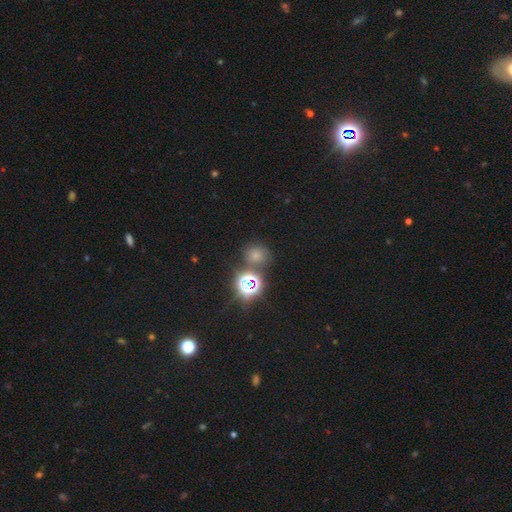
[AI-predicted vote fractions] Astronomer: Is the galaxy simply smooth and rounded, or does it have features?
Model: smooth — 57% (runner-up: star or artifact, 34%).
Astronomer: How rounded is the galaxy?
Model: round — 80%.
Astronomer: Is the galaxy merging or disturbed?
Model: none — 70%.